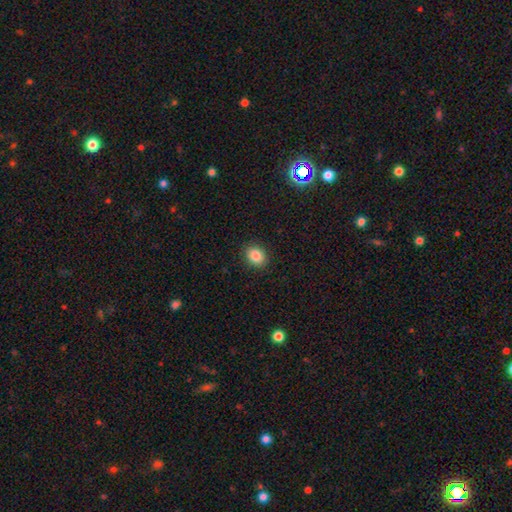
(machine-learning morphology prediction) type=smooth (85%); roundness=round (50%); merging=none (90%).